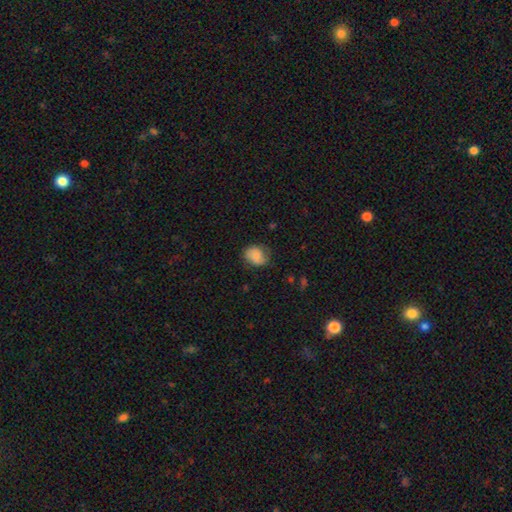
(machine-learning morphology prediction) Smooth or featured: smooth — 78% (featured or disk — 14%)
How rounded: in between — 54% (round — 45%)
Merging: none — 68% (minor disturbance — 25%)